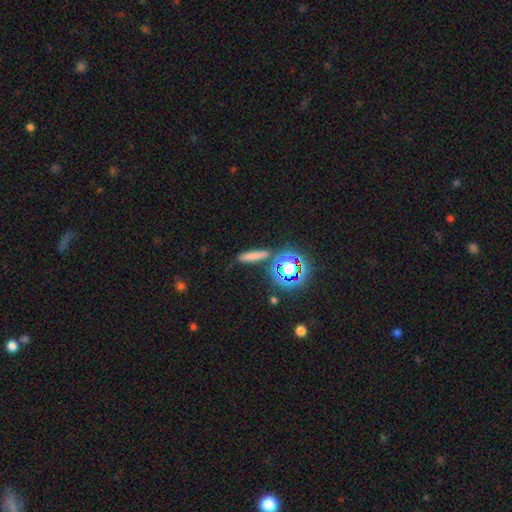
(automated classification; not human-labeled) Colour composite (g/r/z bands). It shows a smooth galaxy with no disk features (68%) that is cigar-shaped (76%). Merging: none (83%).